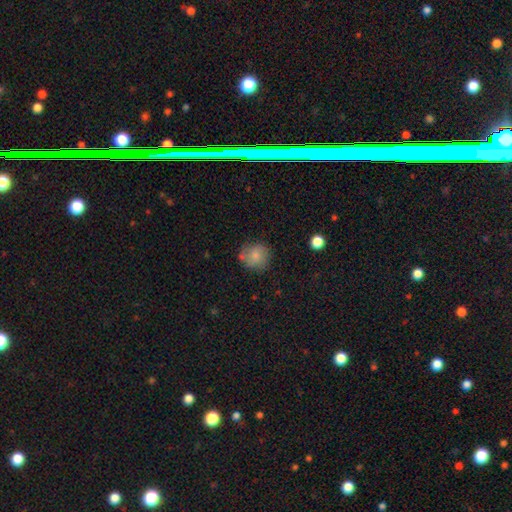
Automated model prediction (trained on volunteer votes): Overall: smooth (76%). How rounded: round (88%). Merging: none (72%).